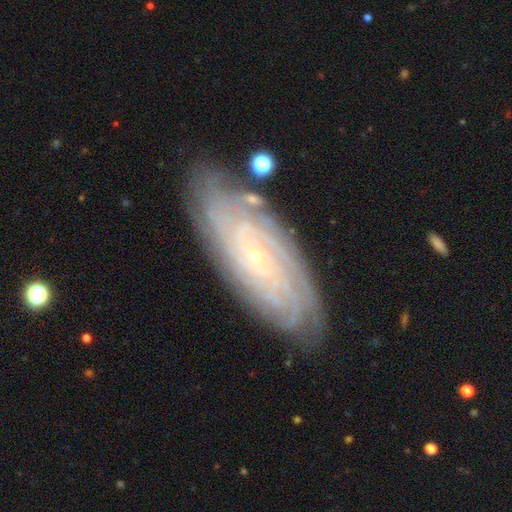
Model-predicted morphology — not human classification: type=featured or disk (84%); edge-on=no (91%); bar=no (77%); spiral arms=yes (97%); winding=tight (85%); arm count=can't tell (33%); bulge=small (89%); merging=none (82%).